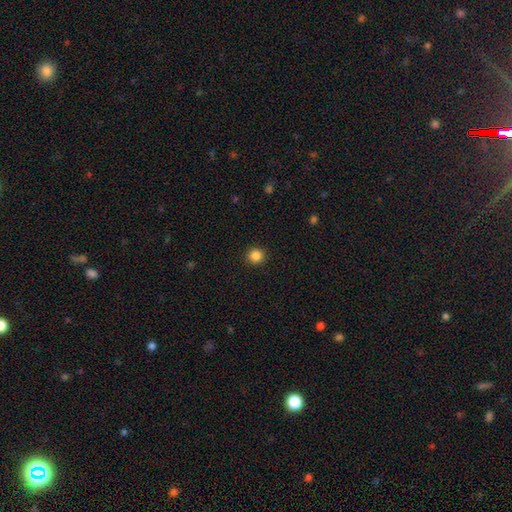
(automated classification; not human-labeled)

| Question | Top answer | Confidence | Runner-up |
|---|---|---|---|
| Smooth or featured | smooth | 86% | star or artifact (11%) |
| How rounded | round | 93% | in between (6%) |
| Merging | none | 92% | minor disturbance (5%) |